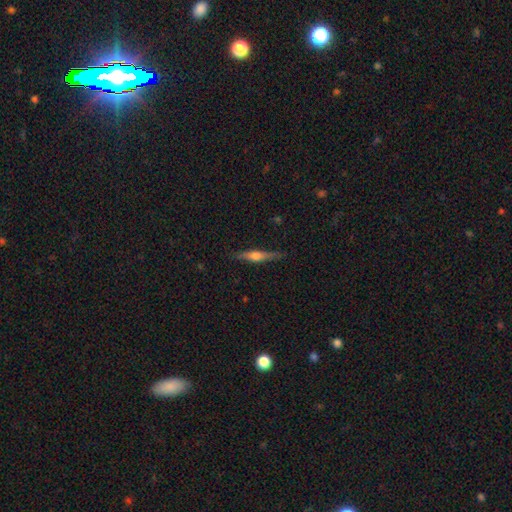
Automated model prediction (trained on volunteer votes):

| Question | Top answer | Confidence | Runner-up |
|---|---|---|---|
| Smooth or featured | featured or disk | 57% | smooth (37%) |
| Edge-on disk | yes | 96% | no (4%) |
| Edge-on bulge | rounded | 84% | boxy (9%) |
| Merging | none | 82% | minor disturbance (14%) |